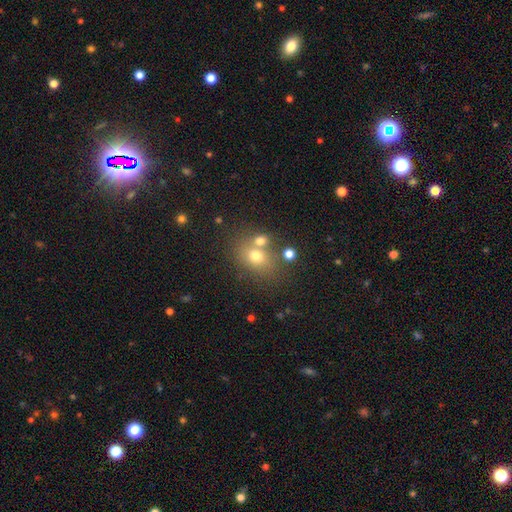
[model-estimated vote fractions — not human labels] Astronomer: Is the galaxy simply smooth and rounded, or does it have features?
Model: smooth — 70%.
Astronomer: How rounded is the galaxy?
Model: in between — 51% (runner-up: round, 48%).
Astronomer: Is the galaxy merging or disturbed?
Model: none — 53% (runner-up: merger, 30%).